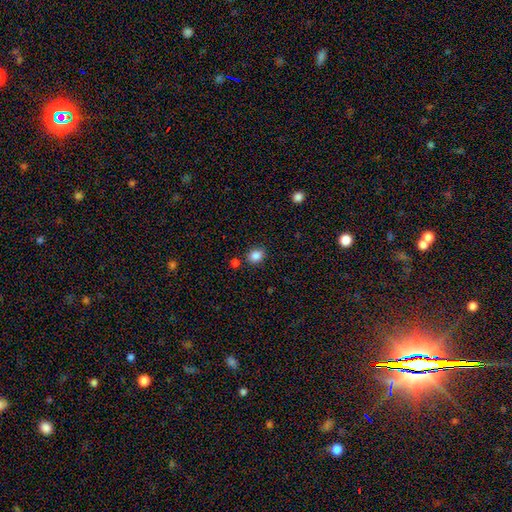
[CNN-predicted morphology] Smooth or featured? smooth (85%)
How rounded? round (52%)
Merging? none (79%)